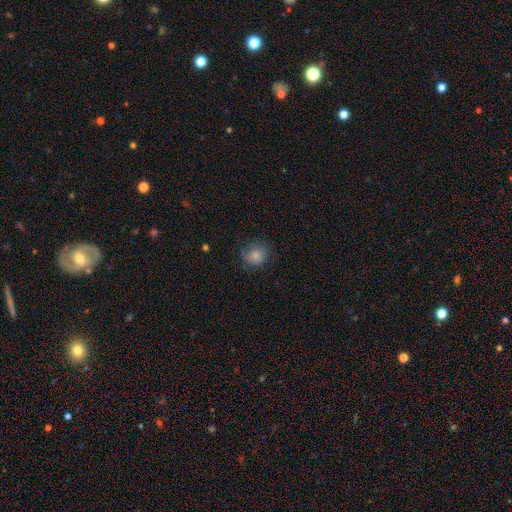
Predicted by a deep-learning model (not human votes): smooth-or-featured: smooth: 83% | star or artifact: 10% | featured or disk: 8%
  how-rounded: round: 83% | in between: 16% | cigar-shaped: 1%
  merging: none: 72% | minor disturbance: 20% | major disturbance: 7% | merger: 1%